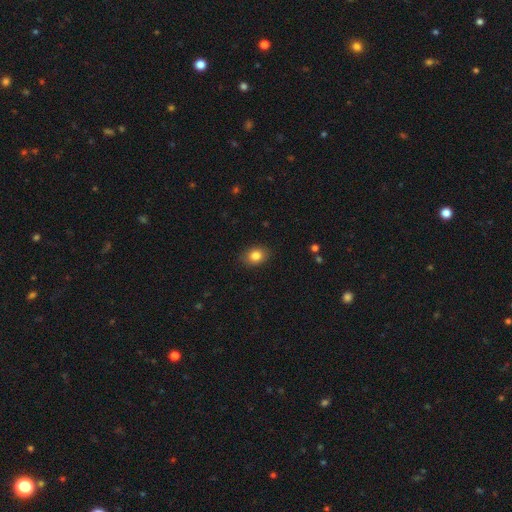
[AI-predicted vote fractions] smooth_or_featured: smooth (p=0.84) [alt: star or artifact p=0.10]
how_rounded: in between (p=0.58) [alt: round p=0.41]
merging: none (p=0.86) [alt: minor disturbance p=0.10]